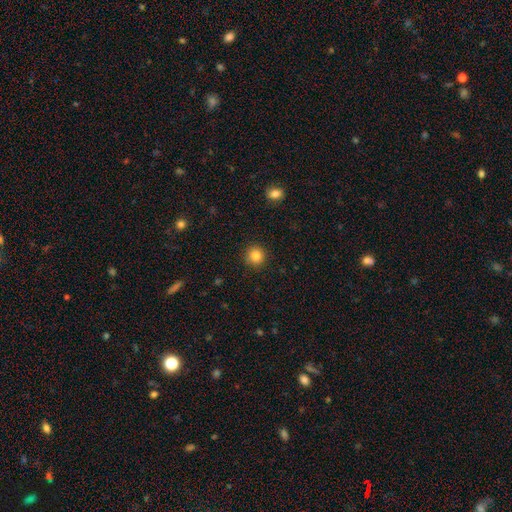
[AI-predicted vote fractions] smooth-or-featured: smooth: 84% | star or artifact: 11% | featured or disk: 5%
  how-rounded: round: 93% | in between: 6% | cigar-shaped: 1%
  merging: none: 91% | minor disturbance: 6% | major disturbance: 2% | merger: 1%